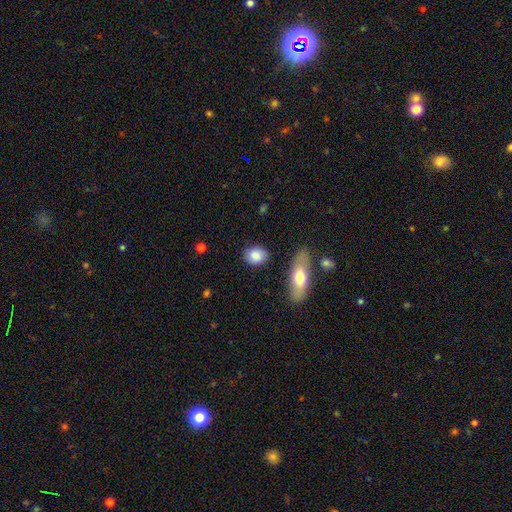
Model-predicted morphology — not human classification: type=smooth (86%); roundness=in between (56%); merging=none (83%).